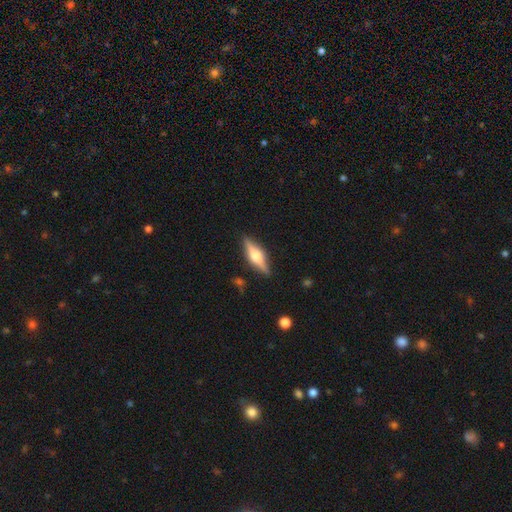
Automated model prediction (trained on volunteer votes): Smooth or featured? featured or disk (65%)
Edge-on disk? yes (96%)
Edge-on bulge? rounded (90%)
Merging? none (87%)